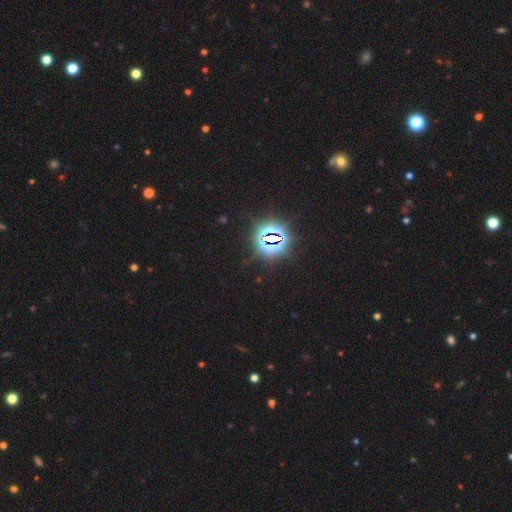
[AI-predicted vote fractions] smooth-or-featured: star or artifact: 86% | smooth: 9% | featured or disk: 6%